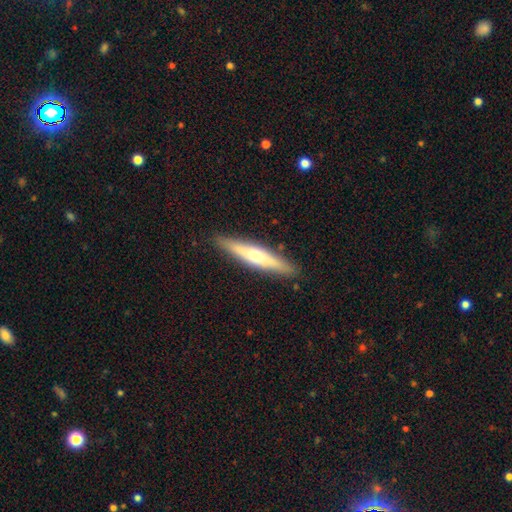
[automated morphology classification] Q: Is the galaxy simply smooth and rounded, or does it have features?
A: featured or disk — 55%.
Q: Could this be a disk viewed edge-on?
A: yes — 91%.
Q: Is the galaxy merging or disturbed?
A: none — 90%.